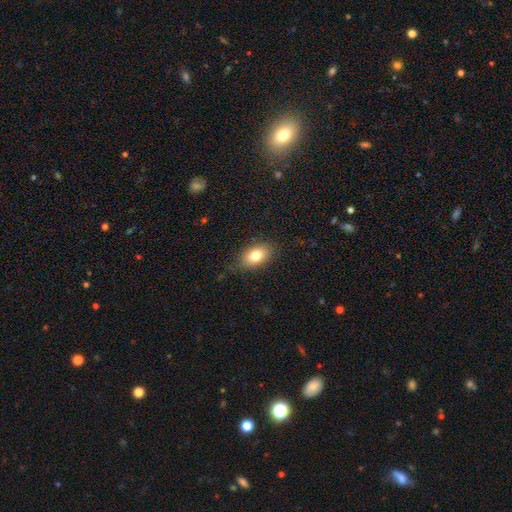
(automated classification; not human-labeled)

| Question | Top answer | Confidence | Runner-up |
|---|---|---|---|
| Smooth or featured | smooth | 79% | featured or disk (12%) |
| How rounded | in between | 85% | round (13%) |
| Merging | none | 83% | minor disturbance (13%) |